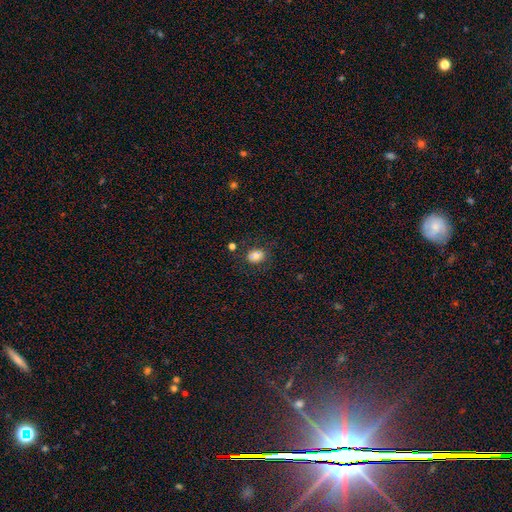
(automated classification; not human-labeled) A smooth galaxy with no disk features (79%) that is in between round and cigar-shaped (63%). Merging: none (80%).